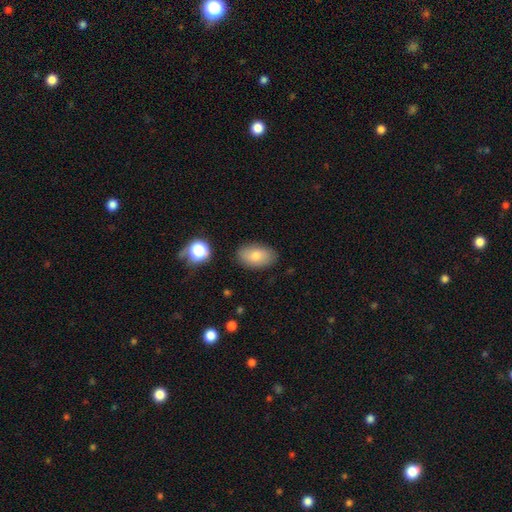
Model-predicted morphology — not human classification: This appears to be a smooth galaxy with no disk features (78%) that is in between round and cigar-shaped (91%). Merging: none (84%).